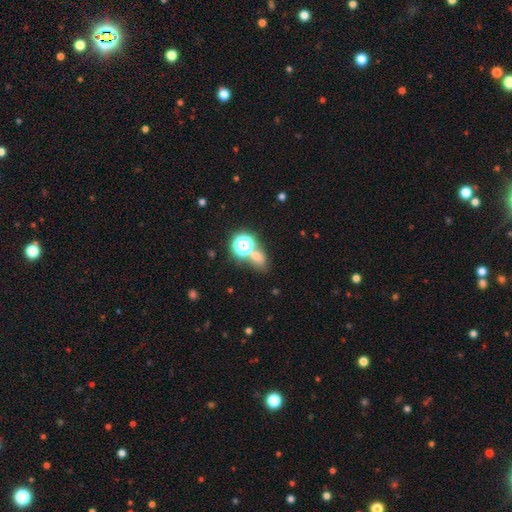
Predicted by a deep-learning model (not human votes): smooth 59%, star or artifact 31%, featured or disk 10%. Down the decision tree: how rounded — round (50%); merging — none (55%).